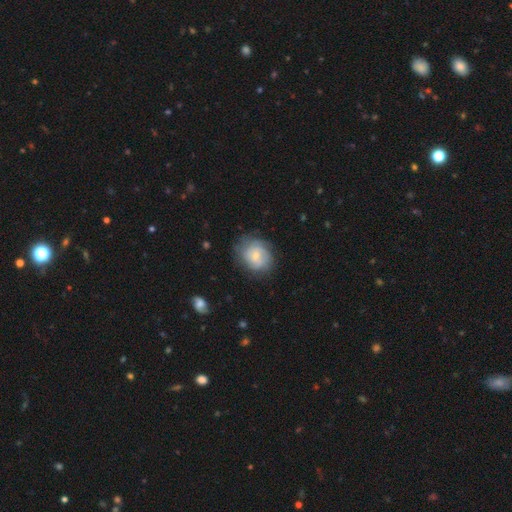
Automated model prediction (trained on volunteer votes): Smooth or featured? Predicted: smooth (p=0.48). Merging? Predicted: none (p=0.68).